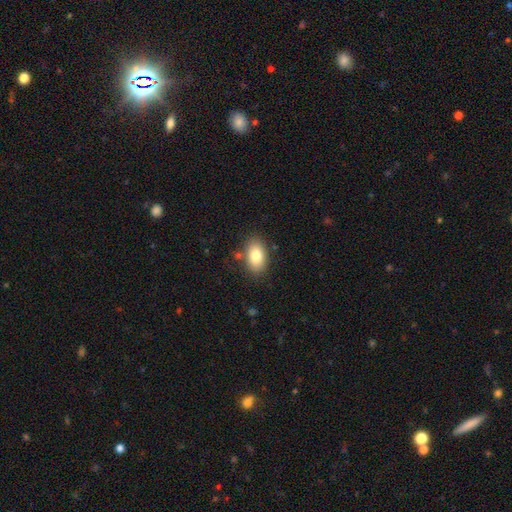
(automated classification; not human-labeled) Morphology: type=smooth (81%); roundness=in between (90%); merging=none (81%).